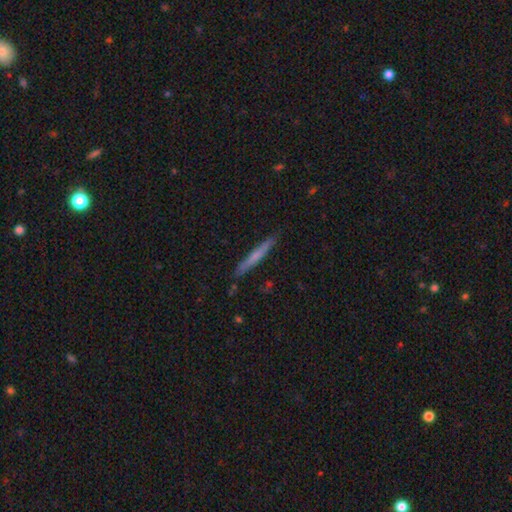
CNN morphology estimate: smooth-or-featured: smooth: 54% | featured or disk: 40% | star or artifact: 6%
  how-rounded: cigar-shaped: 96% | in between: 3% | round: 1%
  merging: none: 88% | minor disturbance: 9% | major disturbance: 2% | merger: 2%